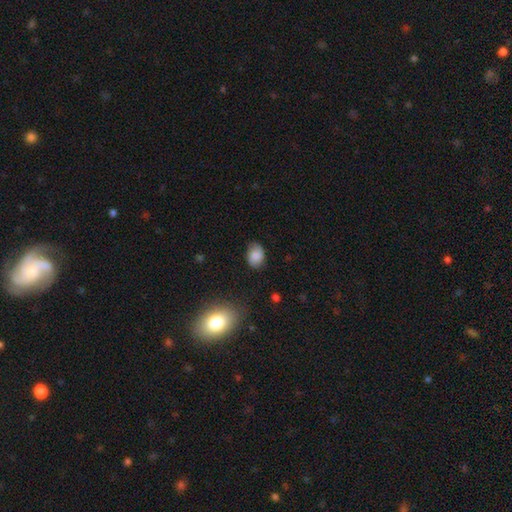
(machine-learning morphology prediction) Smooth or featured? Predicted: smooth (p=0.73). How rounded? Predicted: in between (p=0.73). Merging? Predicted: none (p=0.73).